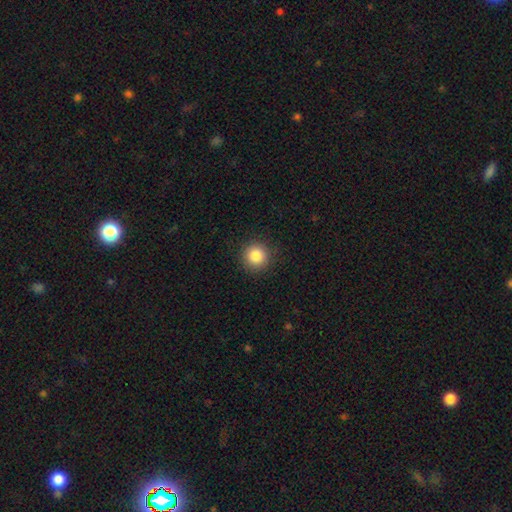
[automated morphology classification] A smooth galaxy with no disk features (86%) that is round (95%).

Vote fractions:
- Smooth or featured? smooth: 86% / star or artifact: 10% / featured or disk: 4%
- How rounded? round: 95% / in between: 4% / cigar-shaped: 1%
- Merging? none: 90% / minor disturbance: 6% / major disturbance: 2% / merger: 1%